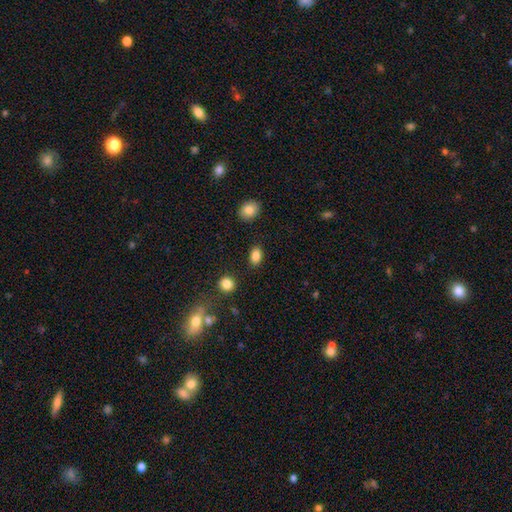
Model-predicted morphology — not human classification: A smooth galaxy with no disk features (87%) that is in between round and cigar-shaped (84%).

Vote fractions:
- Smooth or featured? smooth: 87% / star or artifact: 9% / featured or disk: 4%
- How rounded? in between: 84% / round: 15% / cigar-shaped: 2%
- Merging? none: 86% / minor disturbance: 9% / major disturbance: 3% / merger: 2%